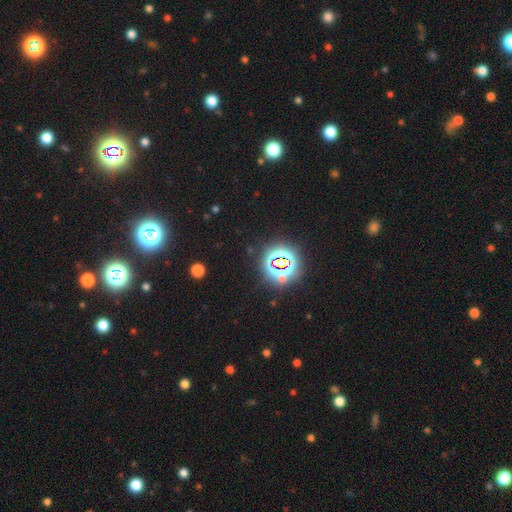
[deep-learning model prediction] Overall: star or artifact (78%).